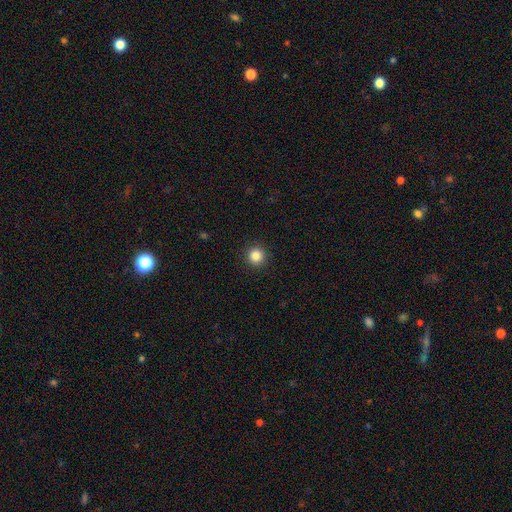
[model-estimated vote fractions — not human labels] Overall: smooth (85%). How rounded: round (95%). Merging: none (93%).